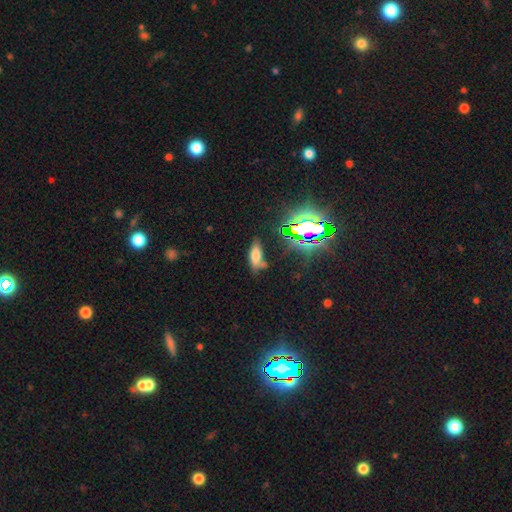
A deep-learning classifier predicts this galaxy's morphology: A smooth galaxy with no disk features (60%) that is in between round and cigar-shaped (66%).

Vote fractions:
- Smooth or featured? smooth: 60% / star or artifact: 24% / featured or disk: 17%
- How rounded? in between: 66% / cigar-shaped: 31% / round: 4%
- Merging? none: 51% / minor disturbance: 25% / major disturbance: 12% / merger: 11%